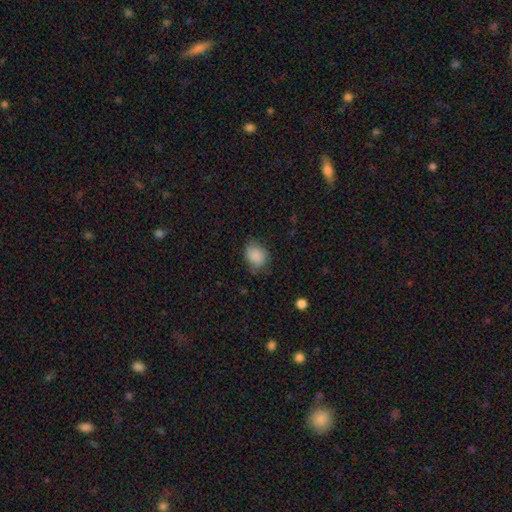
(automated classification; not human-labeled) A smooth galaxy with no disk features (85%) that is in between round and cigar-shaped (52%). Merging: none (63%).